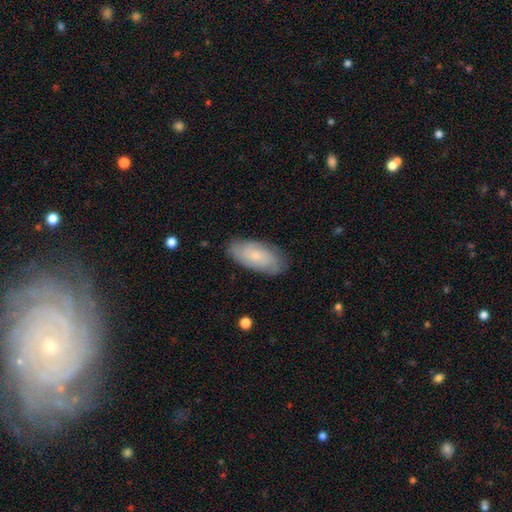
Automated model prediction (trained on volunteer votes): smooth-or-featured: smooth: 57% | featured or disk: 36% | star or artifact: 7%
  how-rounded: in between: 89% | cigar-shaped: 9% | round: 2%
  merging: none: 80% | minor disturbance: 16% | major disturbance: 3% | merger: 1%